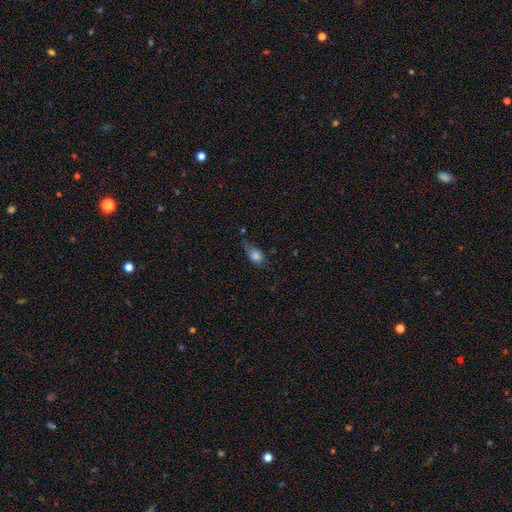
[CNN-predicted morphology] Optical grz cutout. It shows a smooth galaxy with no disk features (75%) that is in between round and cigar-shaped (75%). Merging: none (38%).